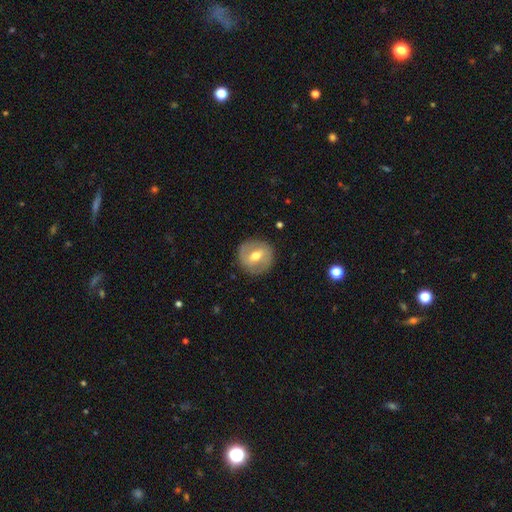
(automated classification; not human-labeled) A featured or disk galaxy (56%) with a weak bar (48%), spiral arms (55%) and a moderate central bulge (76%). Merging: none (87%).